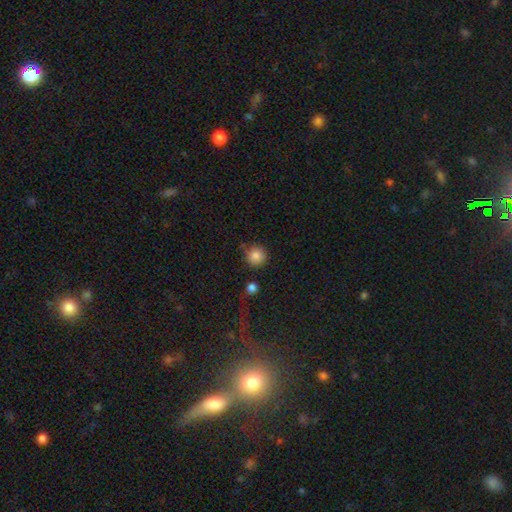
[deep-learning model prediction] A smooth galaxy with no disk features (85%) that is round (94%). Merging: none (78%).